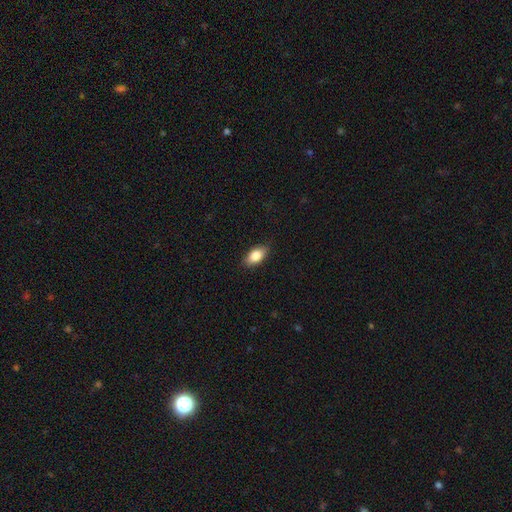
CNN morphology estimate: Overall: smooth (83%). How rounded: in between (91%). Merging: none (87%).